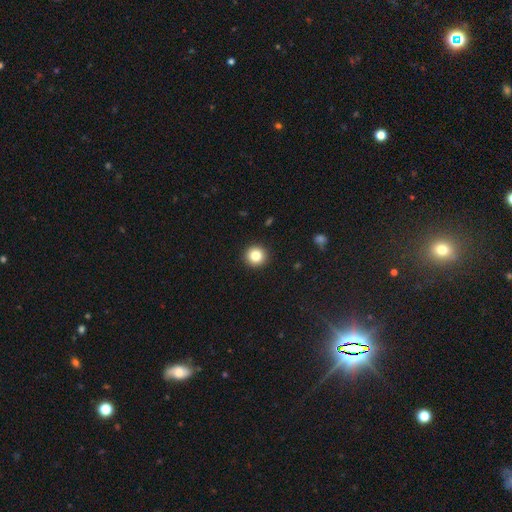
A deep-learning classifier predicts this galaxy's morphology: type=smooth (83%); roundness=round (95%); merging=none (93%).